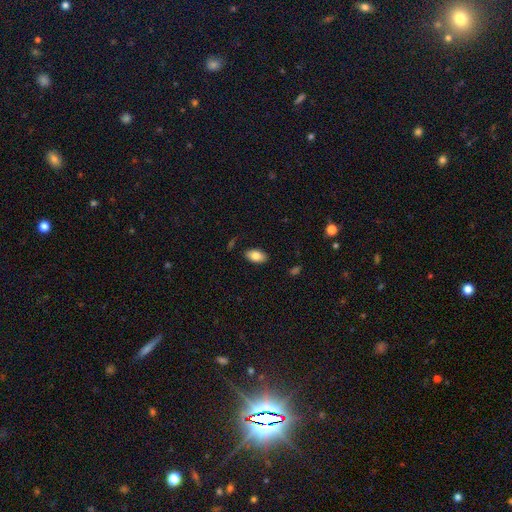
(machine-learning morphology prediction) Smooth or featured? smooth (82%)
How rounded? in between (94%)
Merging? none (86%)